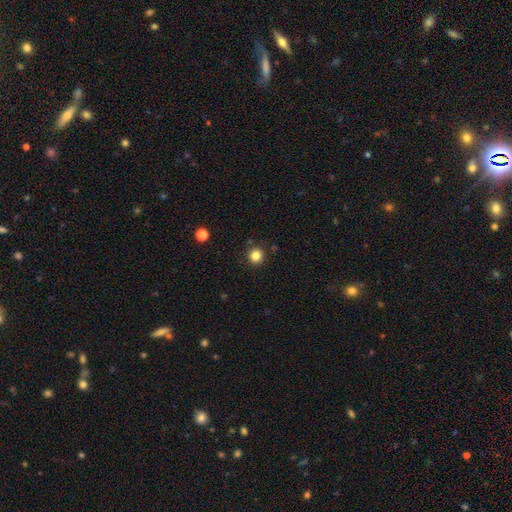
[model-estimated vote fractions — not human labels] This is clearly a smooth galaxy (83%). How rounded: clearly round (94%). Merging: clearly none (90%).